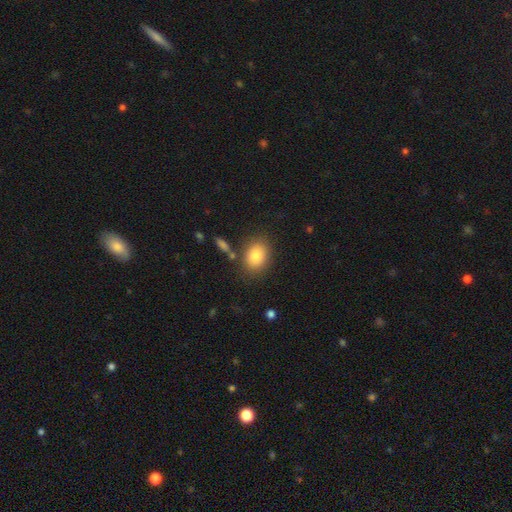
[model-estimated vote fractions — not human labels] Smooth or featured? smooth (83%)
How rounded? in between (65%)
Merging? none (79%)